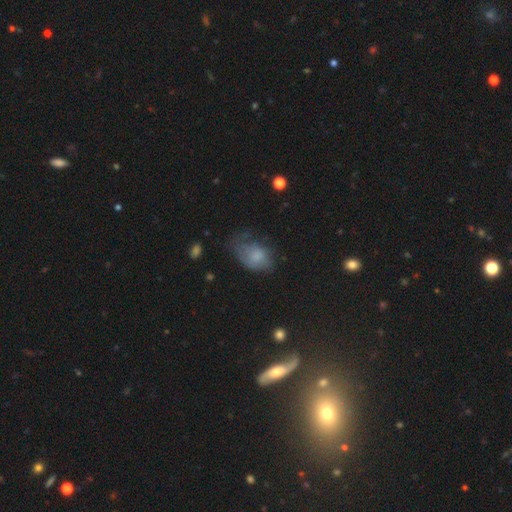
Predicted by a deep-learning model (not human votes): smooth 64%, featured or disk 26%, star or artifact 10%. Down the decision tree: how rounded — in between (82%); merging — none (34%).